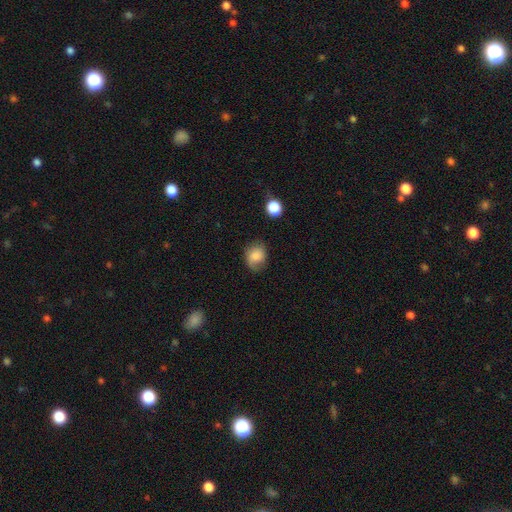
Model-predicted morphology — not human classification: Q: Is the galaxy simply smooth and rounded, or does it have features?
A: smooth — 73%.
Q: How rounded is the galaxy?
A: round — 59%.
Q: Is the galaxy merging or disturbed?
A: none — 64%.